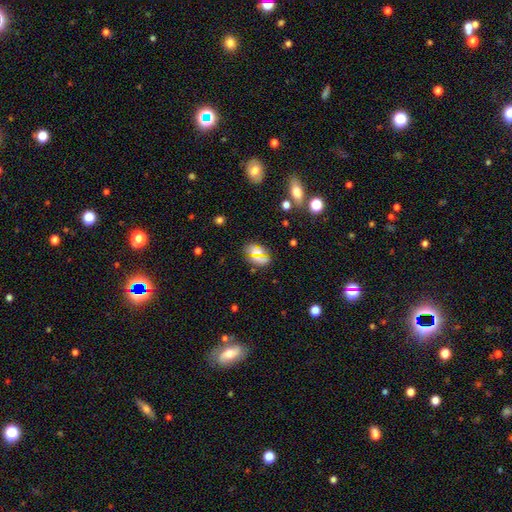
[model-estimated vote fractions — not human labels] Smooth or featured?
  - smooth: 63% *
  - star or artifact: 26%
  - featured or disk: 11%
How rounded?
  - in between: 70% *
  - round: 23%
  - cigar-shaped: 7%
Merging?
  - none: 80% *
  - minor disturbance: 12%
  - major disturbance: 5%
  - merger: 4%